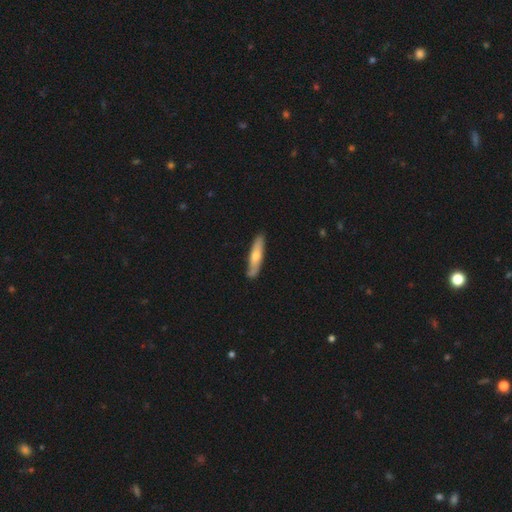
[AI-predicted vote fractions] smooth 57%, featured or disk 38%, star or artifact 5%. Down the decision tree: how rounded — cigar-shaped (84%); merging — none (82%).